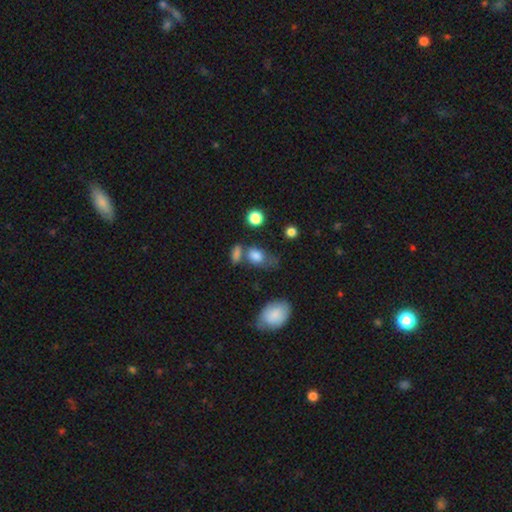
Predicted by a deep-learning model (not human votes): A smooth galaxy with no disk features (80%) that is in between round and cigar-shaped (72%). Merging: none (40%).